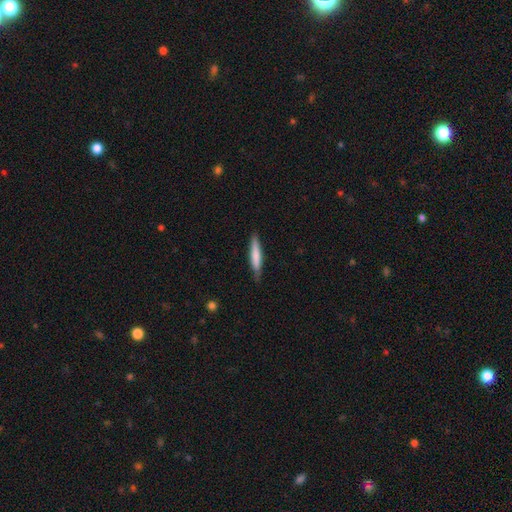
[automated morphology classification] A smooth galaxy with no disk features (72%) that is cigar-shaped (91%). Merging: none (80%).